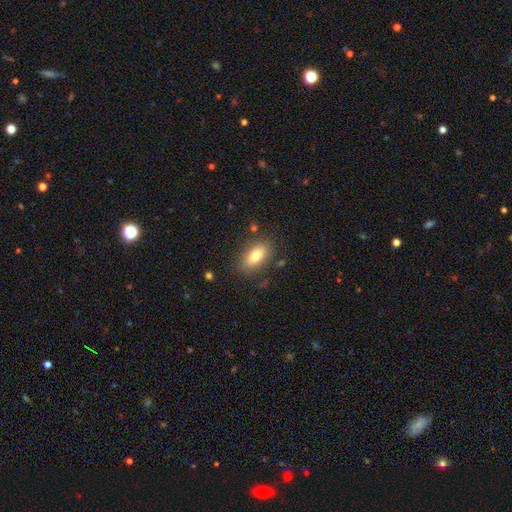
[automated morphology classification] smooth 77%, featured or disk 15%, star or artifact 8%. Down the decision tree: how rounded — in between (87%); merging — none (82%).